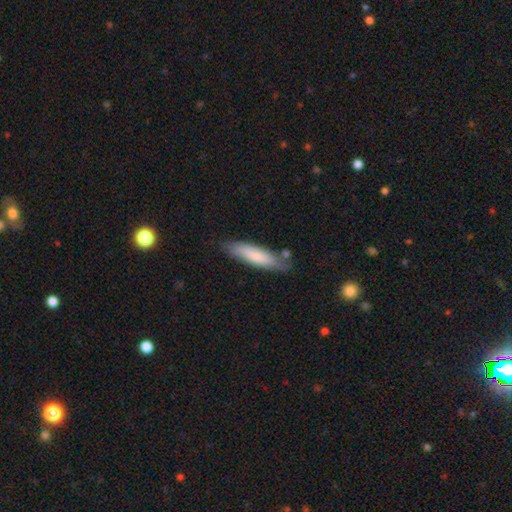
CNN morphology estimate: This appears to be a smooth galaxy with no disk features (78%) that is cigar-shaped (72%). Merging: none (76%).